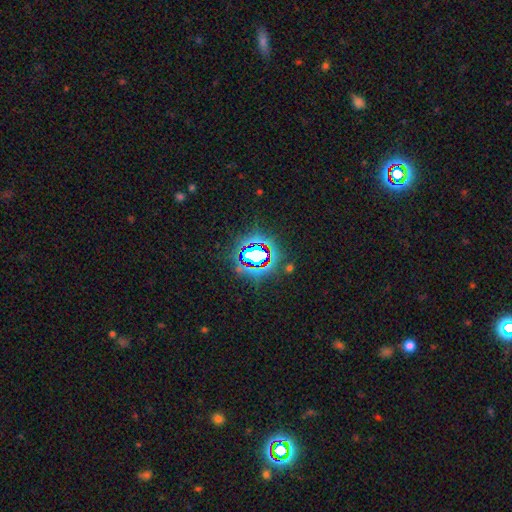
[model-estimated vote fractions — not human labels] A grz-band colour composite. It shows a star or artifact, not a galaxy (74%).